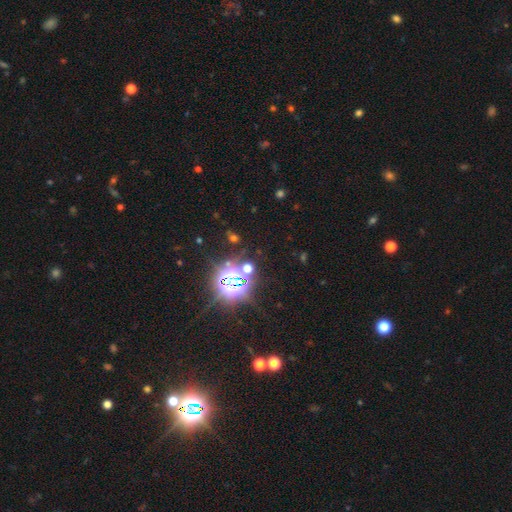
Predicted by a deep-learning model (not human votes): This is clearly a star or artifact rather than a galaxy (83%).